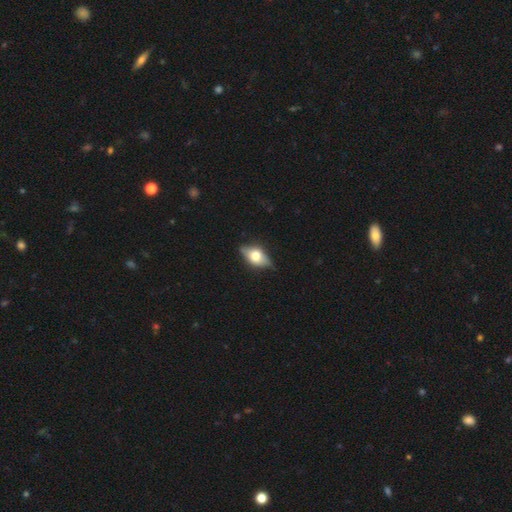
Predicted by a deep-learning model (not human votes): Smooth or featured? Predicted: smooth (p=0.50). How rounded? Predicted: in between (p=0.81). Merging? Predicted: none (p=0.77).